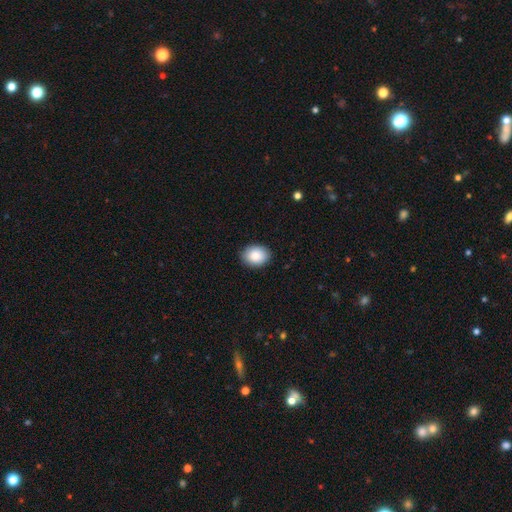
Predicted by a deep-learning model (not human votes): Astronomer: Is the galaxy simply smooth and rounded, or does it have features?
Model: smooth — 87%.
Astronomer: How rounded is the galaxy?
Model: in between — 59% (runner-up: round, 40%).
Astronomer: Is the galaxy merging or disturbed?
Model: none — 89%.